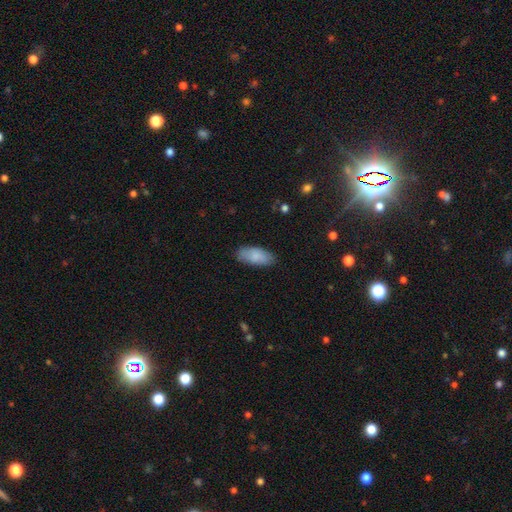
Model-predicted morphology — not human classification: A smooth galaxy with no disk features (85%) that is in between round and cigar-shaped (88%). Merging: none (80%).